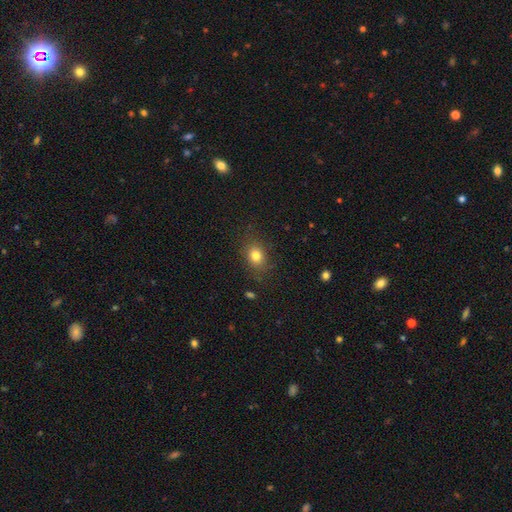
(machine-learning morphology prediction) smooth 81%, star or artifact 11%, featured or disk 8%. Down the decision tree: how rounded — in between (54%); merging — none (80%).